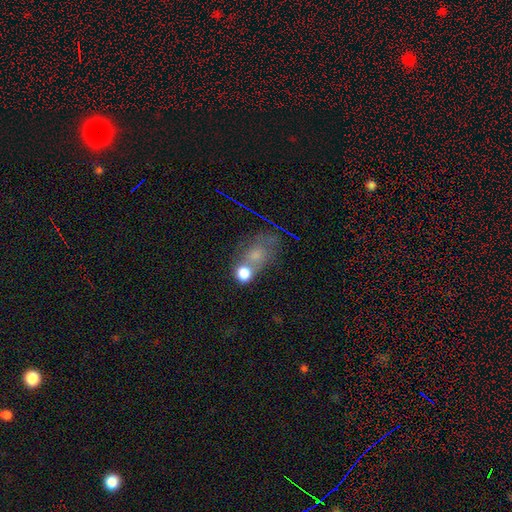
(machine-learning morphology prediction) This is possibly a smooth galaxy (53%). How rounded: possibly round (50%). Merging: marginally none (35%).